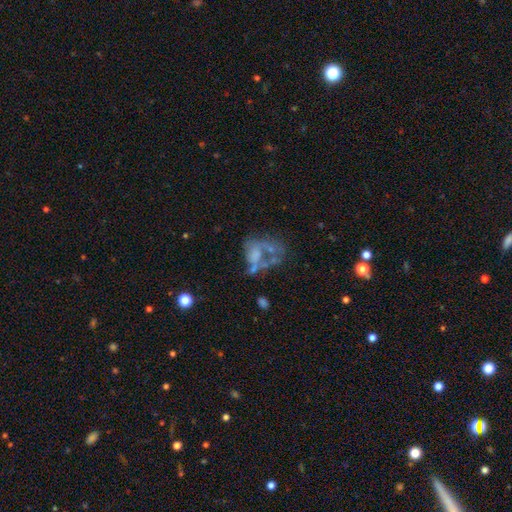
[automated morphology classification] featured or disk 56%, smooth 28%, star or artifact 16%. Down the decision tree: edge-on disk — no (98%); bar — no (89%); spiral arms — no (88%); bulge size — none (69%); merging — major disturbance (38%).